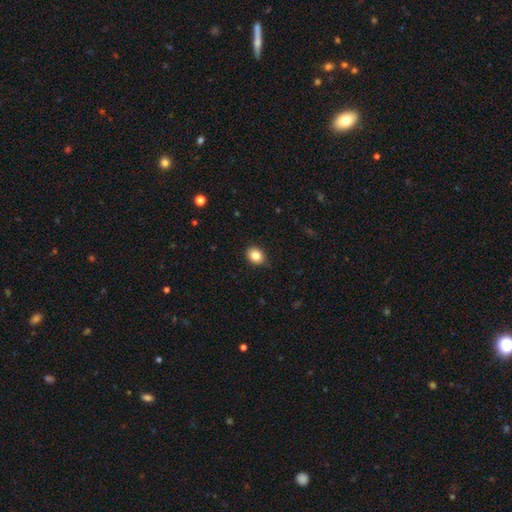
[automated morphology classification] smooth 84%, star or artifact 10%, featured or disk 7%. Down the decision tree: how rounded — in between (53%); merging — none (84%).